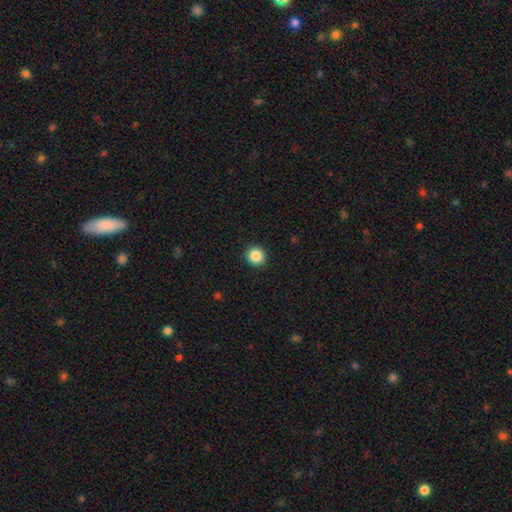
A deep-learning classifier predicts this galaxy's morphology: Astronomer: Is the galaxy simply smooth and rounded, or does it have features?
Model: smooth — 86%.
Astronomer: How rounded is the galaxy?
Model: round — 93%.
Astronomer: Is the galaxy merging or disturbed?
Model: none — 93%.